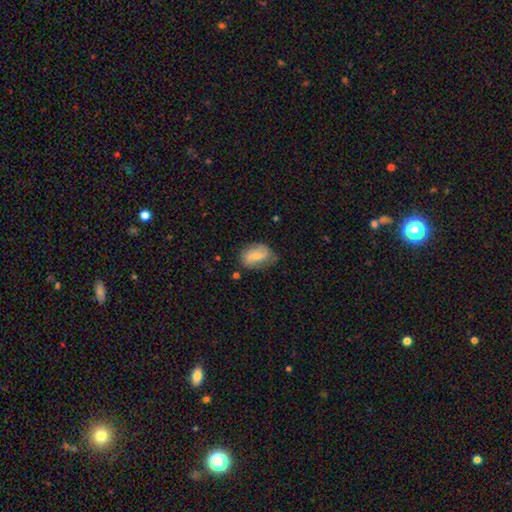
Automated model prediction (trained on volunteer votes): This appears to be a smooth galaxy with no disk features (65%) that is in between round and cigar-shaped (84%). Merging: none (59%).